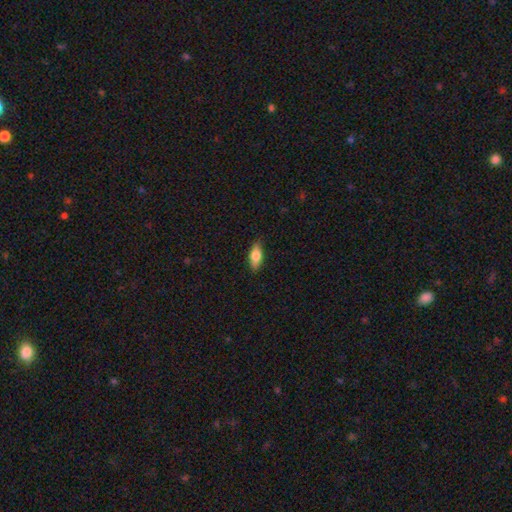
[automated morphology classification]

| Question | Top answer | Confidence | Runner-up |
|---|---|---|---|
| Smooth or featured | smooth | 73% | featured or disk (20%) |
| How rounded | in between | 76% | cigar-shaped (21%) |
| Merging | none | 86% | minor disturbance (11%) |